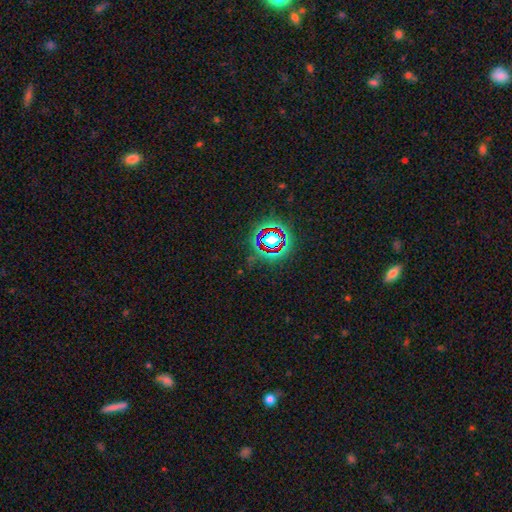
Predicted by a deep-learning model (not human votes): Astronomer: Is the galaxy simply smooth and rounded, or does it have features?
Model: star or artifact — 61%.